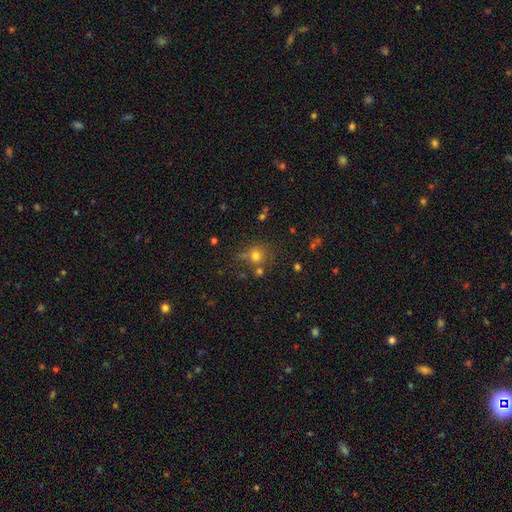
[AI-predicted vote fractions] Smooth or featured? smooth (73%)
How rounded? round (87%)
Merging? none (65%)